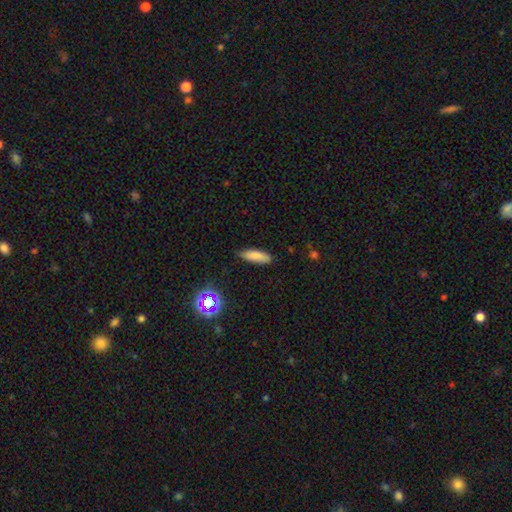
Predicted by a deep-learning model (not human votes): The model was most divided on "how rounded": in between: 49%, cigar-shaped: 48%, round: 2%. More confident: smooth or featured — smooth (80%); merging — none (80%).